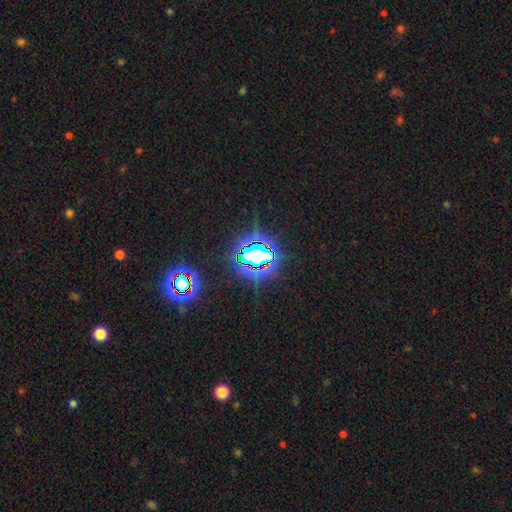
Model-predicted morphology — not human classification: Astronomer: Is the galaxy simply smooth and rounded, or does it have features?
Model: star or artifact — 74%.